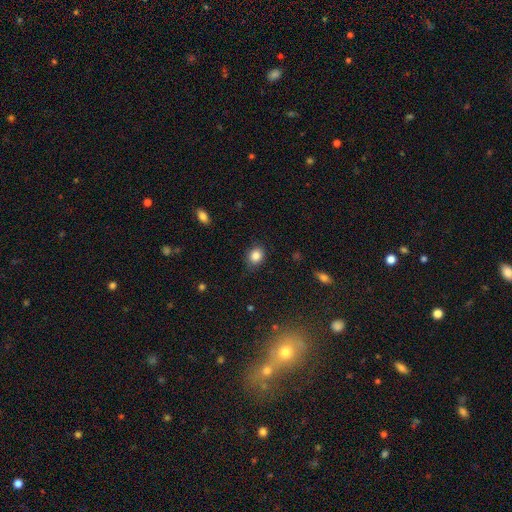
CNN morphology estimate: The model was most divided on "how rounded": round: 60%, in between: 39%, cigar-shaped: 1%. More confident: smooth or featured — smooth (85%); merging — none (82%).